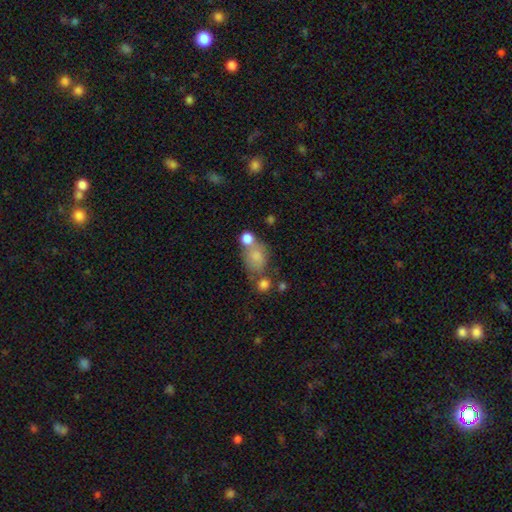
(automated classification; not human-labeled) A smooth galaxy with no disk features (75%) that is in between round and cigar-shaped (58%).

Vote fractions:
- Smooth or featured? smooth: 75% / featured or disk: 14% / star or artifact: 11%
- How rounded? in between: 58% / round: 40% / cigar-shaped: 2%
- Merging? none: 39% / merger: 32% / minor disturbance: 18% / major disturbance: 11%